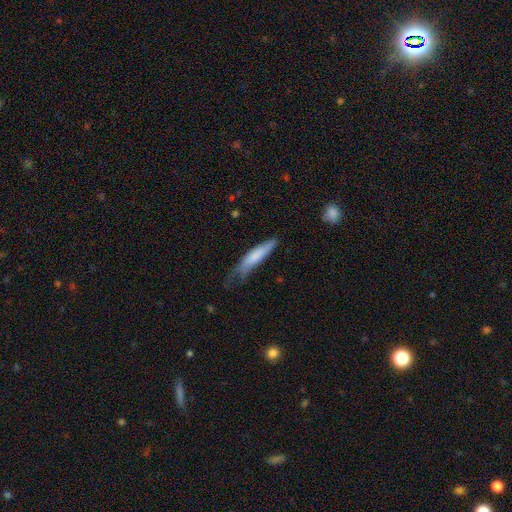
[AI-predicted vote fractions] smooth_or_featured: smooth (p=0.76) [alt: featured or disk p=0.19]
how_rounded: cigar-shaped (p=0.84) [alt: in between p=0.14]
merging: none (p=0.49) [alt: minor disturbance p=0.37]